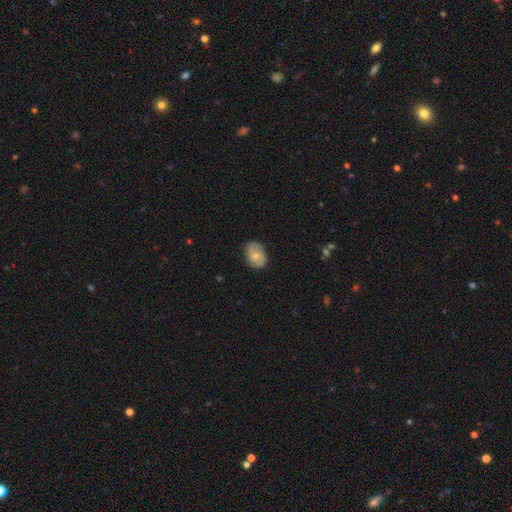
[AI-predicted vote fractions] smooth 53%, featured or disk 40%, star or artifact 7%. Down the decision tree: how rounded — in between (72%); merging — none (74%).